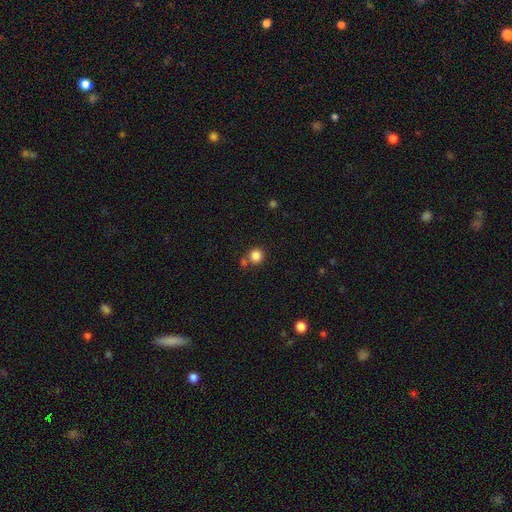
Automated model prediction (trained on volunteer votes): Q: Smooth or featured?
A: smooth (84%); runner-up: star or artifact (11%)
Q: How rounded?
A: round (92%); runner-up: in between (7%)
Q: Merging?
A: none (70%); runner-up: merger (17%)